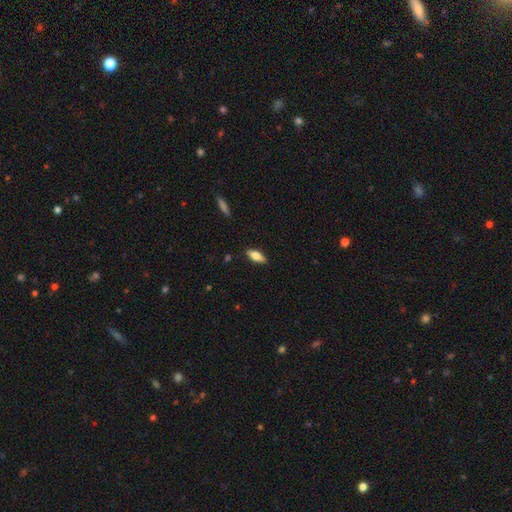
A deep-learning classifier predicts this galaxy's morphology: The model was most divided on "smooth or featured": smooth: 71%, featured or disk: 22%, star or artifact: 7%. More confident: merging — none (88%); how rounded — in between (75%).